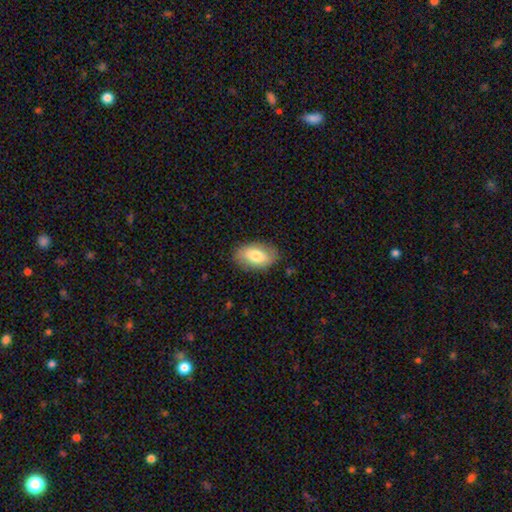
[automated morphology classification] A smooth galaxy with no disk features (75%) that is in between round and cigar-shaped (93%).

Vote fractions:
- Smooth or featured? smooth: 75% / featured or disk: 19% / star or artifact: 6%
- How rounded? in between: 93% / round: 5% / cigar-shaped: 2%
- Merging? none: 83% / minor disturbance: 12% / major disturbance: 3% / merger: 1%